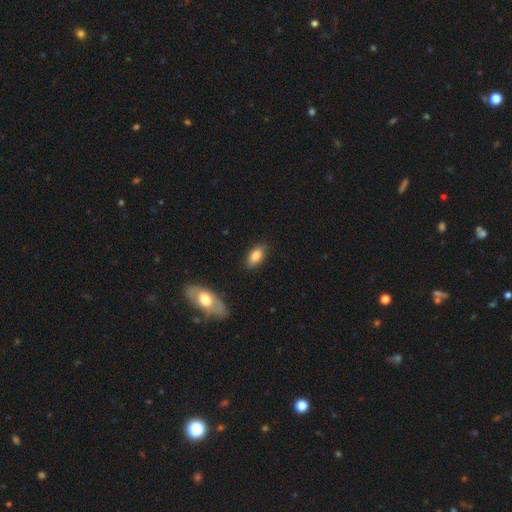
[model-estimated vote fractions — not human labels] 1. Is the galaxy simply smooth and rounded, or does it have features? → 83% smooth, 9% featured or disk, 7% star or artifact.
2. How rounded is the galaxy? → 90% in between, 6% cigar-shaped, 4% round.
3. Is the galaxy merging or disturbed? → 84% none, 12% minor disturbance, 2% major disturbance, 2% merger.